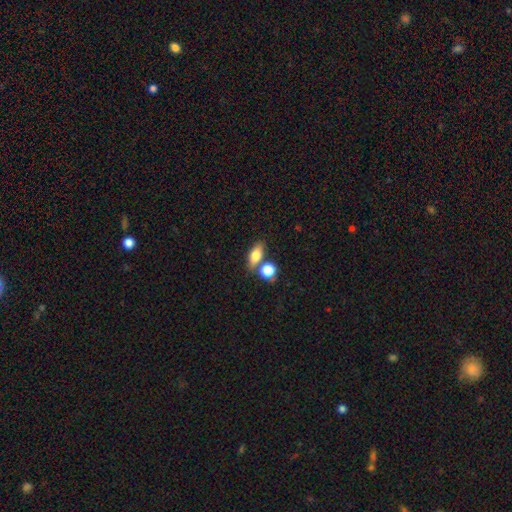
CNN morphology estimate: This appears to be a smooth galaxy with no disk features (76%) that is in between round and cigar-shaped (73%). Merging: none (59%).